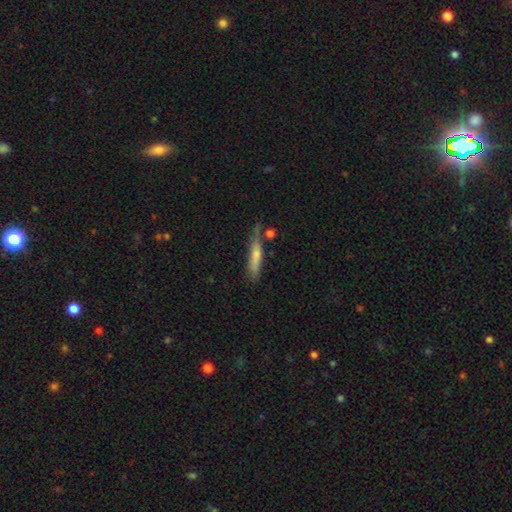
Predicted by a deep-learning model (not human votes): smooth-or-featured: smooth: 64% | featured or disk: 29% | star or artifact: 7%
  how-rounded: cigar-shaped: 86% | in between: 12% | round: 2%
  merging: none: 56% | minor disturbance: 24% | merger: 11% | major disturbance: 9%